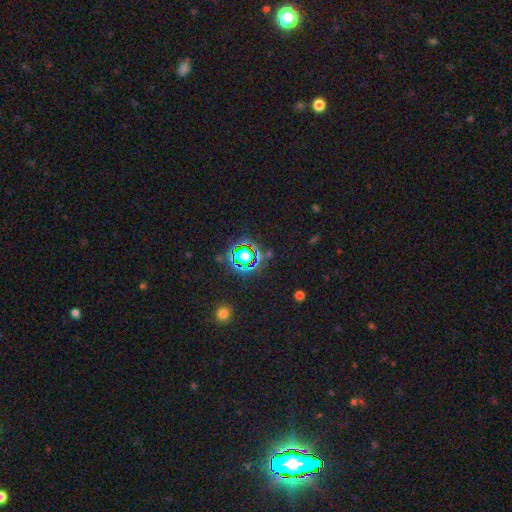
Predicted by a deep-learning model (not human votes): Overall: star or artifact (77%).